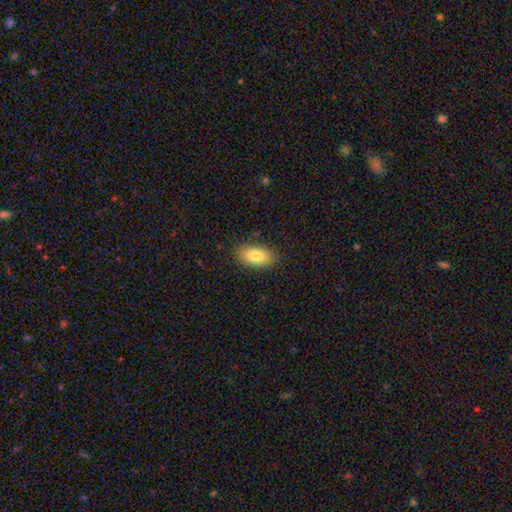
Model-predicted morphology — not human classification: Smooth or featured: smooth — 83% (featured or disk — 10%)
How rounded: in between — 93% (round — 5%)
Merging: none — 86% (minor disturbance — 10%)